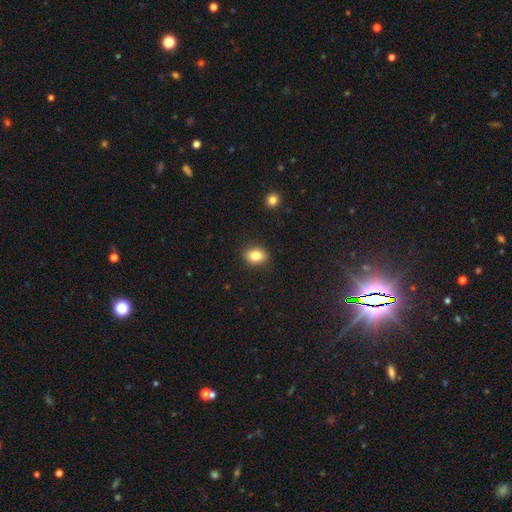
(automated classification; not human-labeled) smooth_or_featured: smooth (p=0.83) [alt: star or artifact p=0.09]
how_rounded: in between (p=0.66) [alt: round p=0.33]
merging: none (p=0.89) [alt: minor disturbance p=0.08]